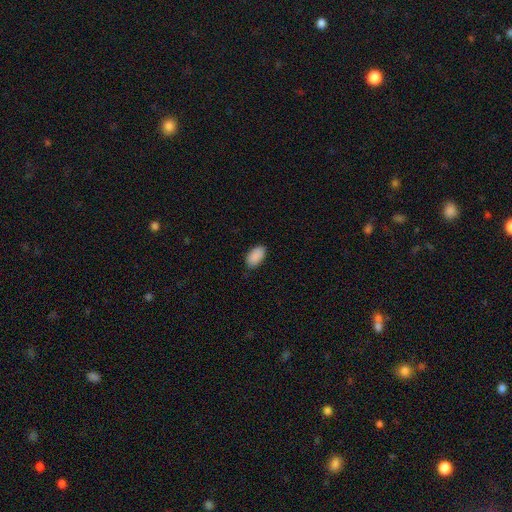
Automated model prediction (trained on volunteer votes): Smooth or featured?
  - smooth: 90% *
  - star or artifact: 7%
  - featured or disk: 3%
How rounded?
  - in between: 95% *
  - round: 4%
  - cigar-shaped: 2%
Merging?
  - none: 84% *
  - minor disturbance: 13%
  - major disturbance: 2%
  - merger: 1%